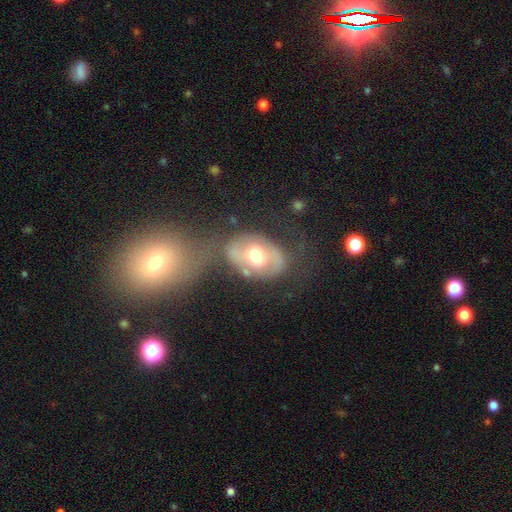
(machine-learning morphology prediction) This is possibly a featured or disk galaxy (56%). It is clearly not viewed edge-on (94%). Bar: possibly no (54%). Spiral arm pattern: possibly no (57%). Central bulge: likely moderate (65%). Merging: possibly none (48%).